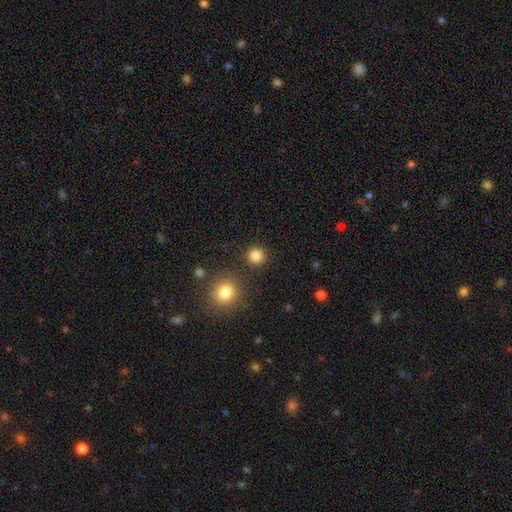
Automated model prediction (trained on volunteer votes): This appears to be a smooth galaxy with no disk features (84%) that is round (93%). Merging: none (89%).